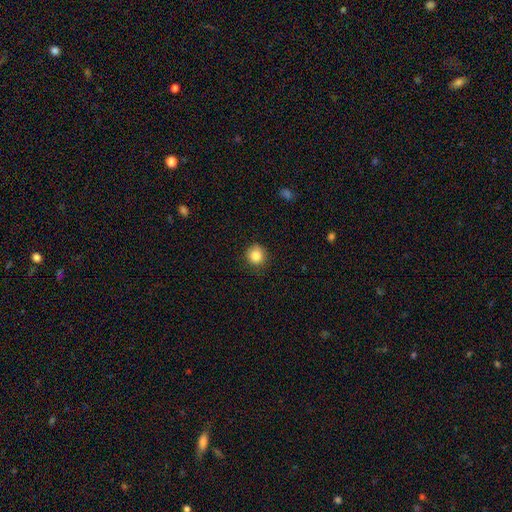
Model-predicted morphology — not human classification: Smooth or featured?
  - smooth: 85% *
  - star or artifact: 10%
  - featured or disk: 5%
How rounded?
  - round: 90% *
  - in between: 9%
  - cigar-shaped: 1%
Merging?
  - none: 86% *
  - minor disturbance: 11%
  - major disturbance: 3%
  - merger: 1%